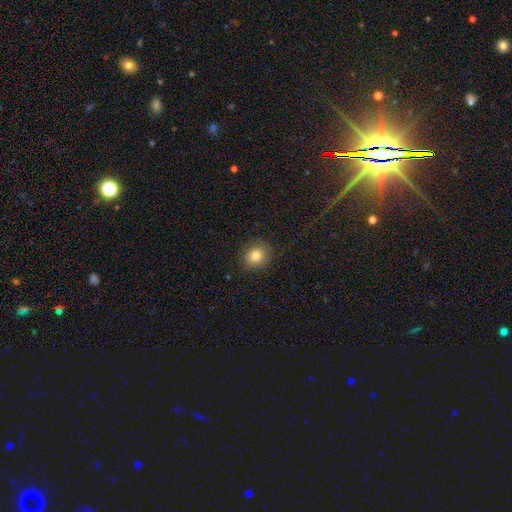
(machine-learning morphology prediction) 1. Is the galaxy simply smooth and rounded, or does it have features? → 80% smooth, 11% star or artifact, 9% featured or disk.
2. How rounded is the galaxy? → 73% round, 26% in between, 1% cigar-shaped.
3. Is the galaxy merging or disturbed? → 86% none, 10% minor disturbance, 3% major disturbance, 1% merger.